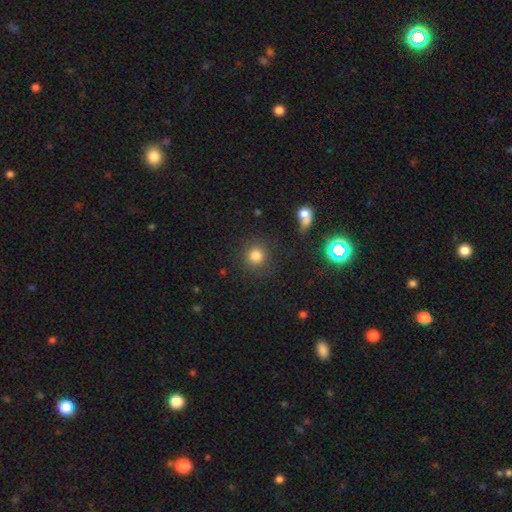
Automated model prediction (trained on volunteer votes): Overall: smooth (81%). How rounded: round (91%). Merging: none (86%).